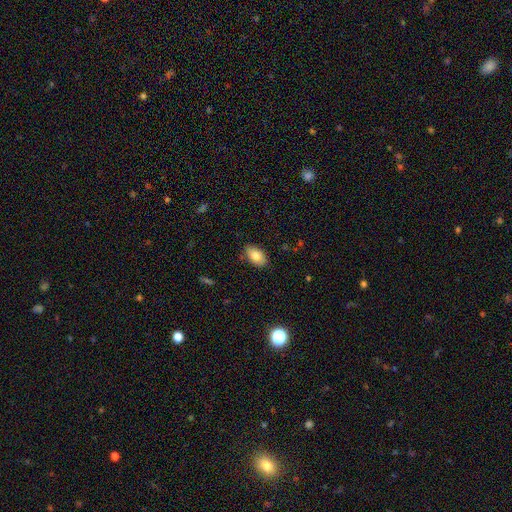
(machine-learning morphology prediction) Smooth or featured? Predicted: smooth (p=0.83). How rounded? Predicted: in between (p=0.93). Merging? Predicted: none (p=0.84).